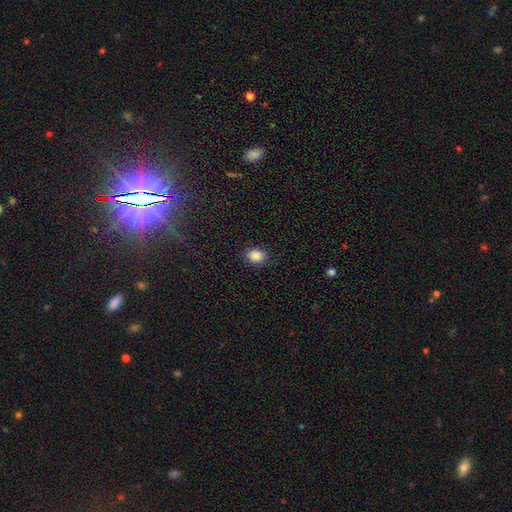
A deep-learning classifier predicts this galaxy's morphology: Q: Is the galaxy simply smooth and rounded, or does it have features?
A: smooth — 87%.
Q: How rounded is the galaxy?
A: in between — 64%.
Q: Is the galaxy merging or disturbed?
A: none — 88%.